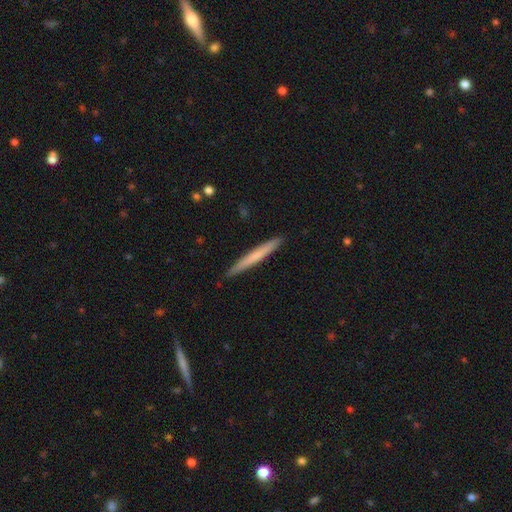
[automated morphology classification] smooth-or-featured: smooth: 61% | featured or disk: 34% | star or artifact: 5%
  how-rounded: cigar-shaped: 97% | in between: 2% | round: 1%
  merging: none: 92% | minor disturbance: 6% | major disturbance: 1% | merger: 1%